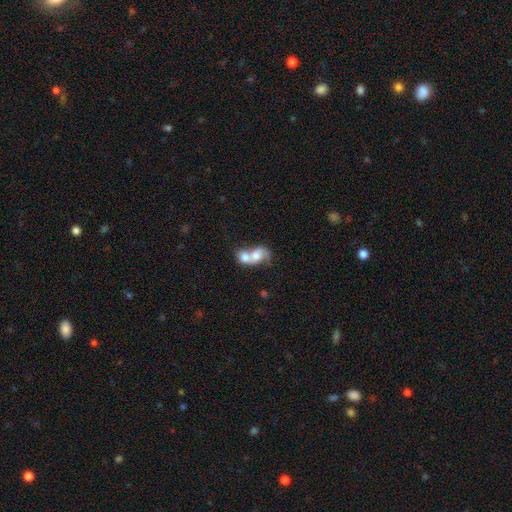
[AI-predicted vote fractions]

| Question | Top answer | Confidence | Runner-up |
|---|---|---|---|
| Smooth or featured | smooth | 61% | featured or disk (31%) |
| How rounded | in between | 62% | round (37%) |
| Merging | merger | 80% | none (10%) |